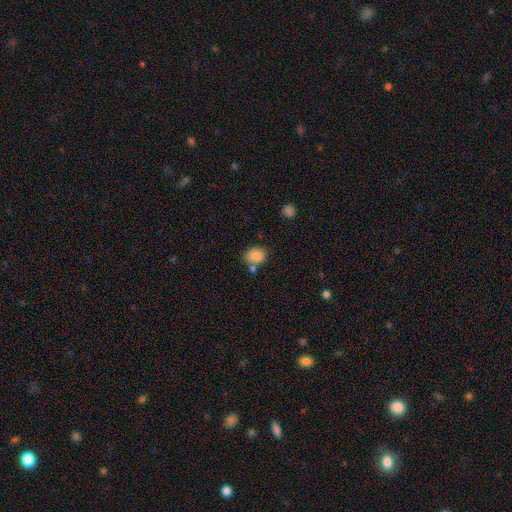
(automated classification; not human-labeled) This is clearly a smooth galaxy (85%). How rounded: possibly in between (52%). Merging: likely none (66%).